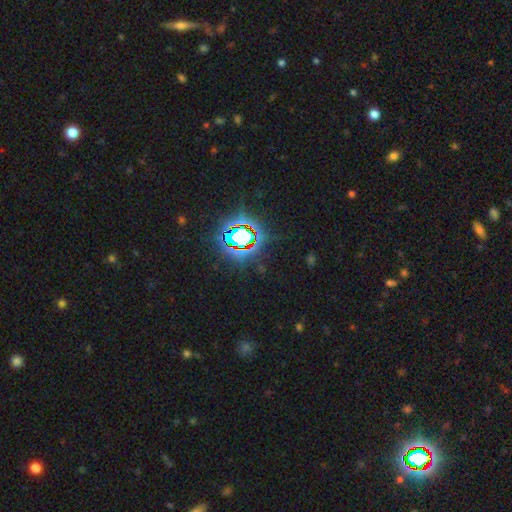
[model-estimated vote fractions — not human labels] A star or artifact, not a galaxy (83%).

Vote fractions:
- Smooth or featured? star or artifact: 83% / smooth: 10% / featured or disk: 7%